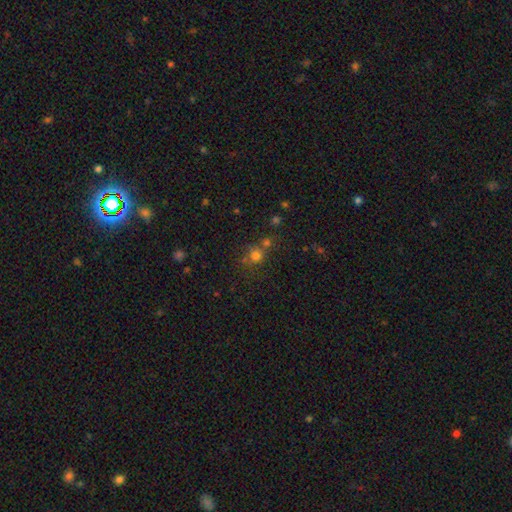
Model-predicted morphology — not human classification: smooth_or_featured: smooth (p=0.70) [alt: star or artifact p=0.21]
how_rounded: round (p=0.87) [alt: in between p=0.11]
merging: none (p=0.58) [alt: merger p=0.26]